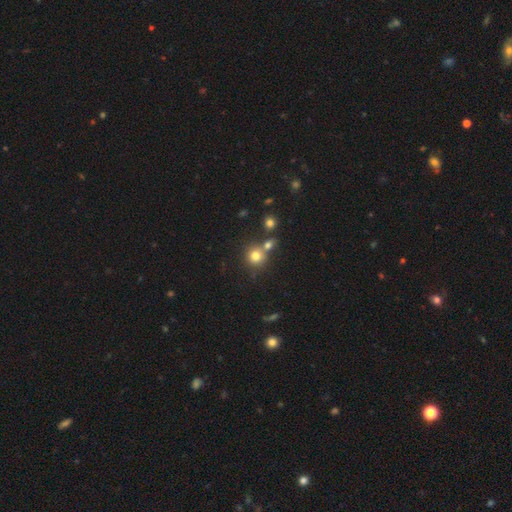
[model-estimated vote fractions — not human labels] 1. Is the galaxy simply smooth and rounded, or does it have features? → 77% smooth, 14% star or artifact, 8% featured or disk.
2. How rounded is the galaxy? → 89% round, 10% in between, 1% cigar-shaped.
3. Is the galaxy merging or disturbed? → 63% none, 24% merger, 9% minor disturbance, 4% major disturbance.